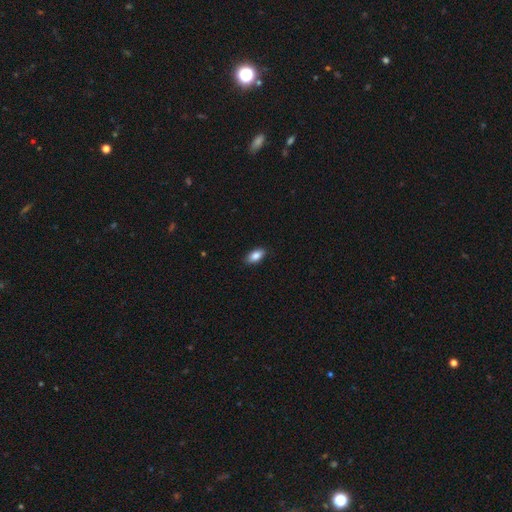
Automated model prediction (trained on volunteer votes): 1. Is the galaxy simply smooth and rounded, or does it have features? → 86% smooth, 7% star or artifact, 7% featured or disk.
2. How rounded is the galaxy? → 91% in between, 5% cigar-shaped, 4% round.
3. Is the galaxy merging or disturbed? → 87% none, 10% minor disturbance, 2% major disturbance, 1% merger.